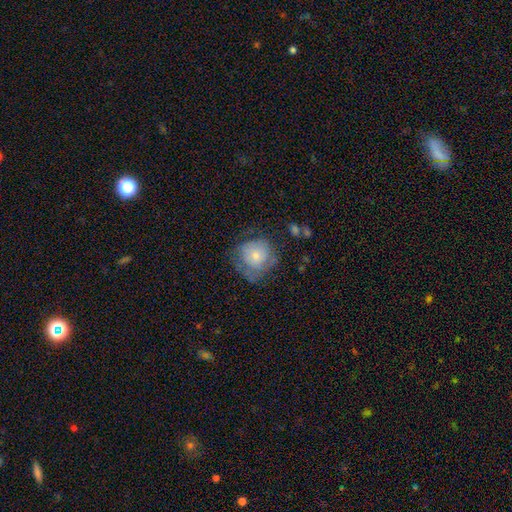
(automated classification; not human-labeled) smooth_or_featured: smooth (p=0.63) [alt: featured or disk p=0.30]
how_rounded: round (p=0.85) [alt: in between p=0.14]
merging: none (p=0.48) [alt: minor disturbance p=0.30]